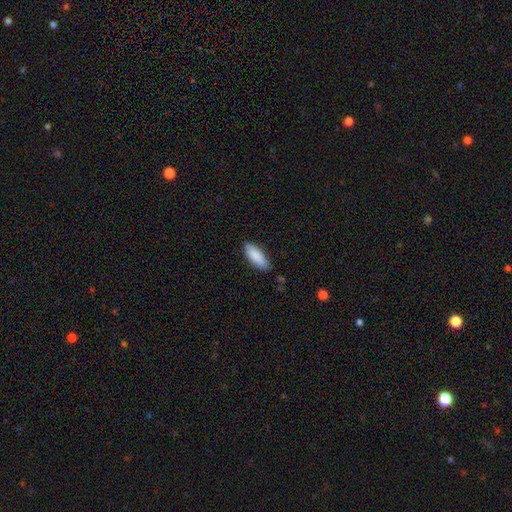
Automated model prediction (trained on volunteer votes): Smooth or featured? smooth (88%)
How rounded? in between (69%)
Merging? none (84%)